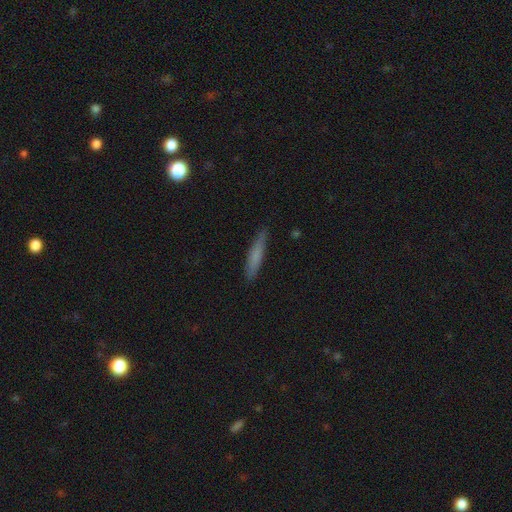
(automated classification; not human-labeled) Smooth or featured: smooth — 71% (featured or disk — 22%)
How rounded: cigar-shaped — 92% (in between — 7%)
Merging: none — 87% (minor disturbance — 10%)